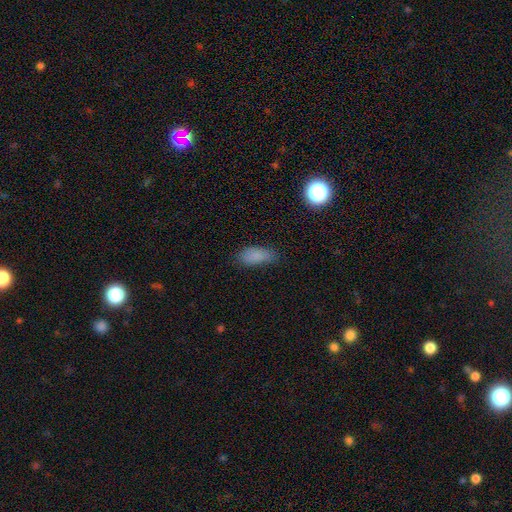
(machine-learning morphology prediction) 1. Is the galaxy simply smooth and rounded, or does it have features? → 83% smooth, 11% star or artifact, 6% featured or disk.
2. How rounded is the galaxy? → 83% in between, 14% cigar-shaped, 3% round.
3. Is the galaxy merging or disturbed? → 69% none, 23% minor disturbance, 6% major disturbance, 2% merger.